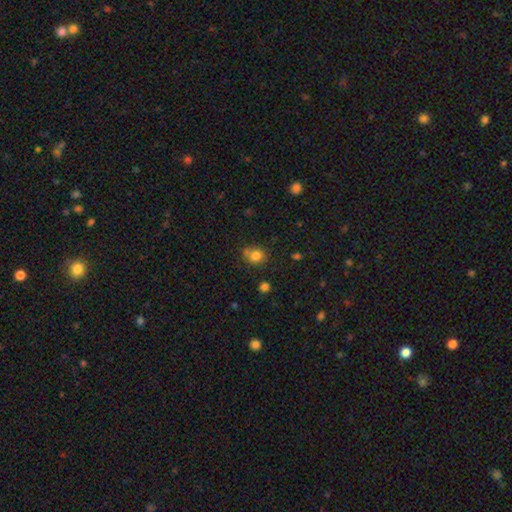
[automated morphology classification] A smooth galaxy with no disk features (79%) that is round (70%). Merging: none (60%).